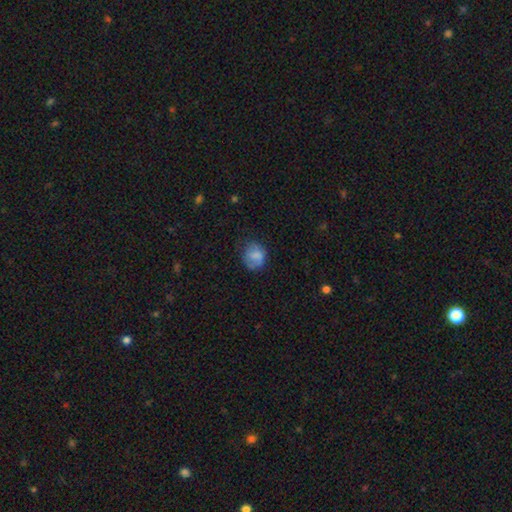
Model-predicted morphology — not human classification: Overall: smooth (72%). How rounded: round (69%; in between 30%). Merging: none (58%; minor disturbance 27%).